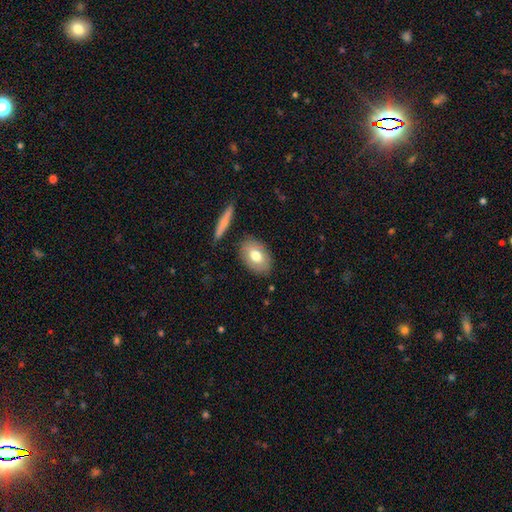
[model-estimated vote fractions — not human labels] smooth-or-featured: smooth: 72% | featured or disk: 21% | star or artifact: 7%
  how-rounded: in between: 86% | round: 13% | cigar-shaped: 2%
  merging: none: 82% | minor disturbance: 12% | major disturbance: 3% | merger: 3%